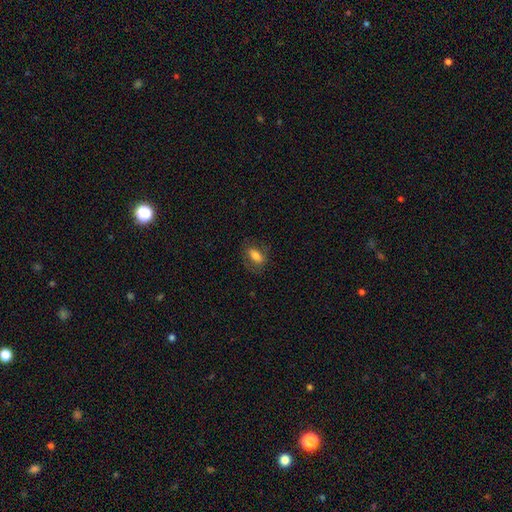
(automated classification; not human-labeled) A smooth galaxy with no disk features (71%) that is in between round and cigar-shaped (84%).

Vote fractions:
- Smooth or featured? smooth: 71% / featured or disk: 20% / star or artifact: 9%
- How rounded? in between: 84% / round: 9% / cigar-shaped: 7%
- Merging? none: 69% / minor disturbance: 19% / major disturbance: 11% / merger: 1%